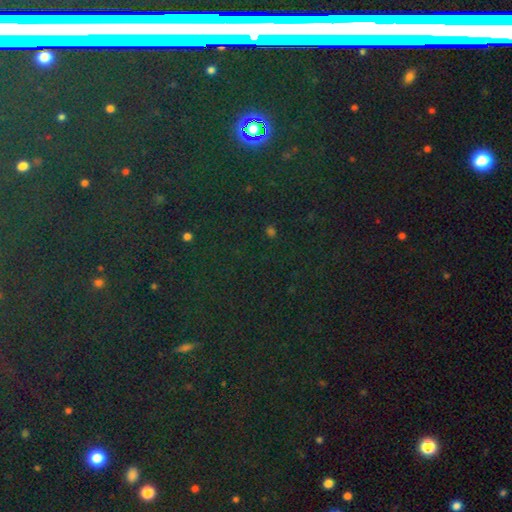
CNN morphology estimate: Overall: star or artifact (83%).